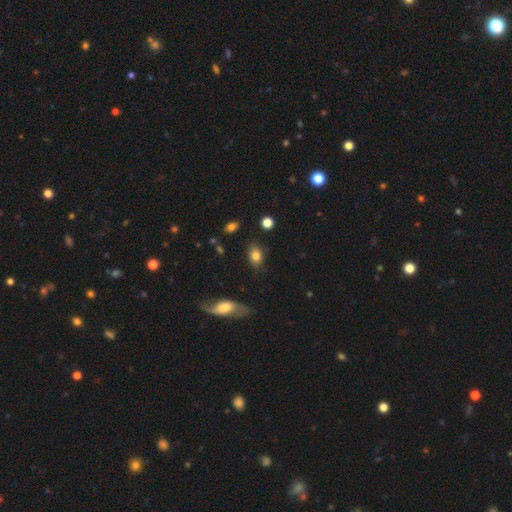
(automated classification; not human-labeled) A smooth galaxy with no disk features (83%) that is in between round and cigar-shaped (75%). Merging: none (79%).